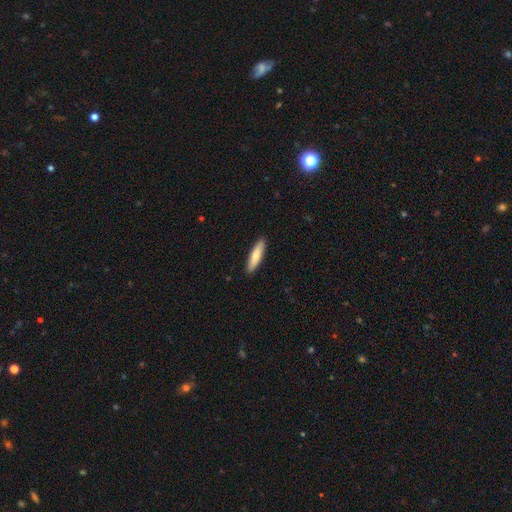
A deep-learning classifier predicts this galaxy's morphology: smooth_or_featured: smooth (p=0.75) [alt: featured or disk p=0.20]
how_rounded: cigar-shaped (p=0.74) [alt: in between p=0.24]
merging: none (p=0.91) [alt: minor disturbance p=0.07]